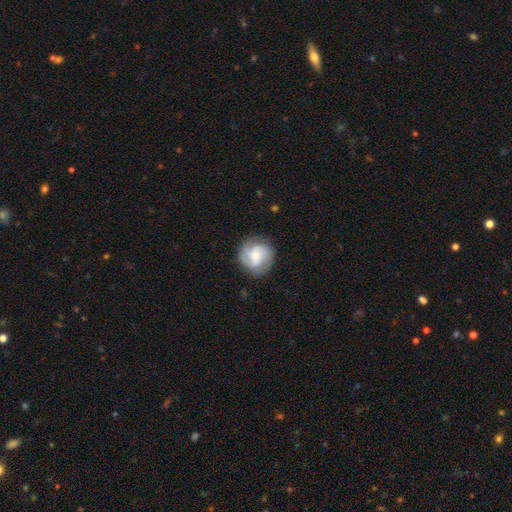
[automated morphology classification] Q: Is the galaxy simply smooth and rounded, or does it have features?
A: featured or disk — 72%.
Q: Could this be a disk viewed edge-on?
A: no — 98%.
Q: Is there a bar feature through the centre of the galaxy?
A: no — 52%.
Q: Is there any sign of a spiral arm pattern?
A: yes — 95%.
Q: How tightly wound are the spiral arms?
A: medium — 45%.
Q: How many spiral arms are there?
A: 3 — 38%.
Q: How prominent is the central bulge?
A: small — 53%.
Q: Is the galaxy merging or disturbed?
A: none — 81%.